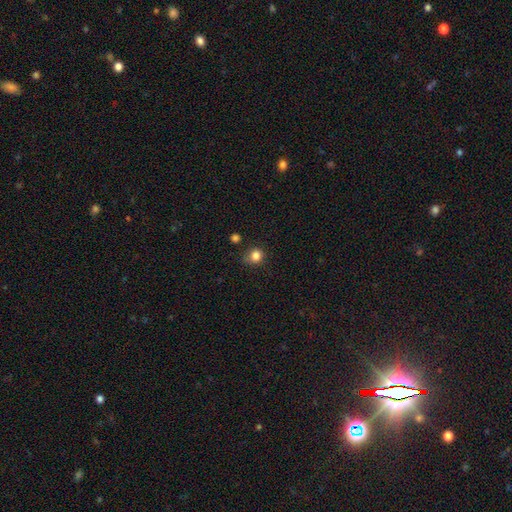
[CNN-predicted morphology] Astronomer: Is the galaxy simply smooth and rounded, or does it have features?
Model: smooth — 83%.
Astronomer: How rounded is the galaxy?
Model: round — 85%.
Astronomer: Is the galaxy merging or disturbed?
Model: none — 73%.